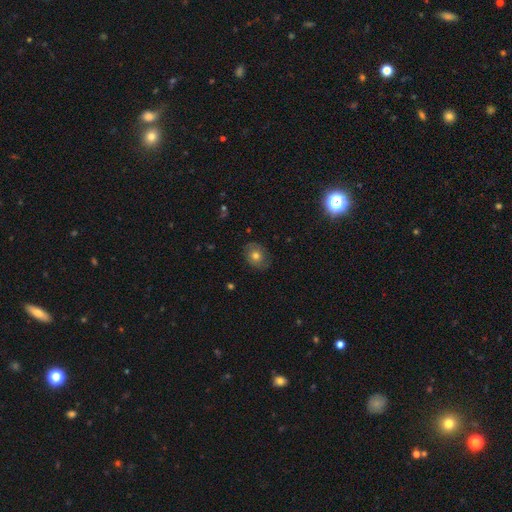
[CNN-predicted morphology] A smooth galaxy with no disk features (53%) that is round (58%). Merging: none (80%).